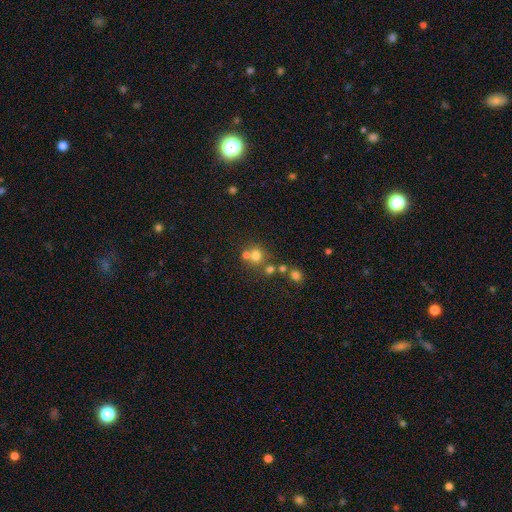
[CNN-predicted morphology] Overall: smooth (67%). How rounded: round (83%). Merging: none (53%; merger 34%).